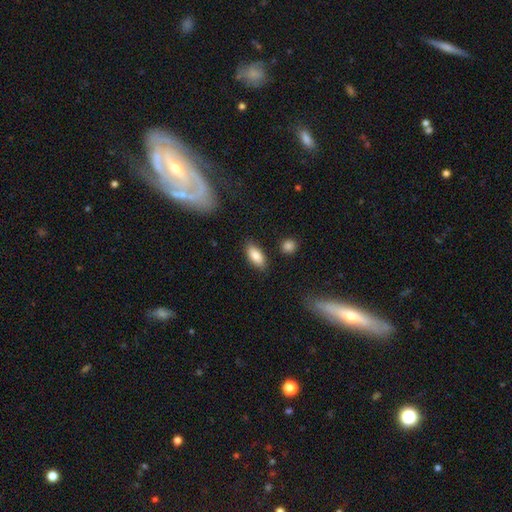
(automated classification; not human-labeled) Overall: smooth (85%). How rounded: in between (85%). Merging: none (83%).